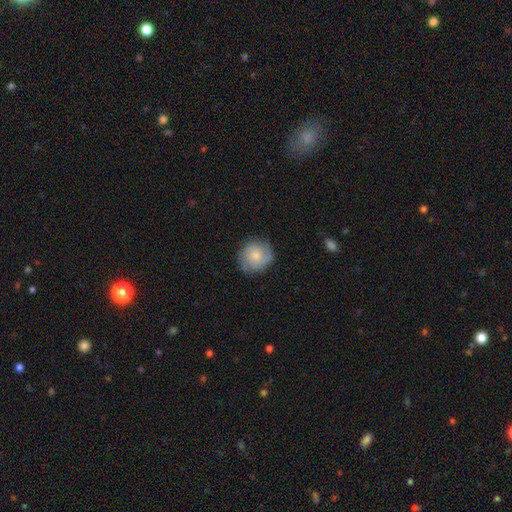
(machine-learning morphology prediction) Smooth or featured? Predicted: featured or disk (p=0.51). Edge-on disk? Predicted: no (p=0.98). Merging? Predicted: none (p=0.77).